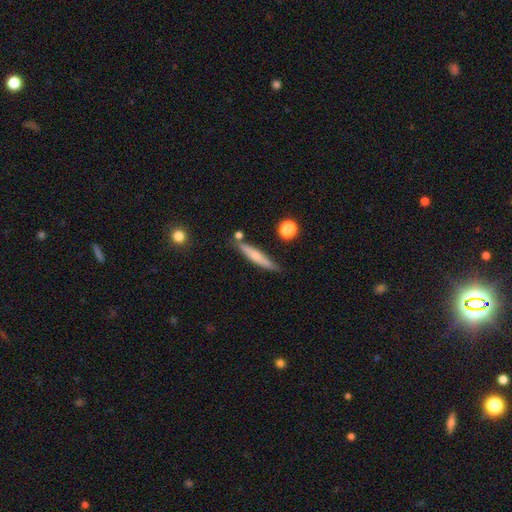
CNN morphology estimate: This appears to be a smooth galaxy with no disk features (52%) that is cigar-shaped (90%). Merging: none (77%).